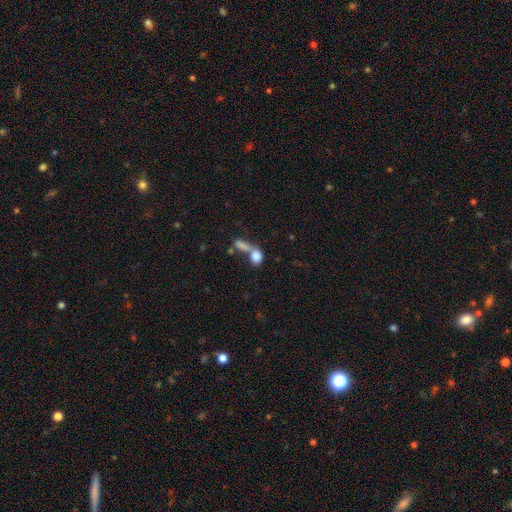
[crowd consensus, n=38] Volunteers were most divided on "how rounded": in between: 59%, round: 34%, cigar-shaped: 6%. More confident: smooth or featured — smooth (84%); merging — merger (63%).